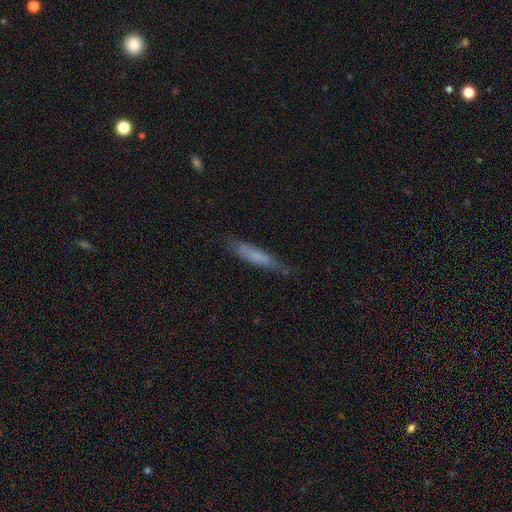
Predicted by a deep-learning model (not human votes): This is likely a smooth galaxy (64%). How rounded: clearly cigar-shaped (86%). Merging: likely none (69%).